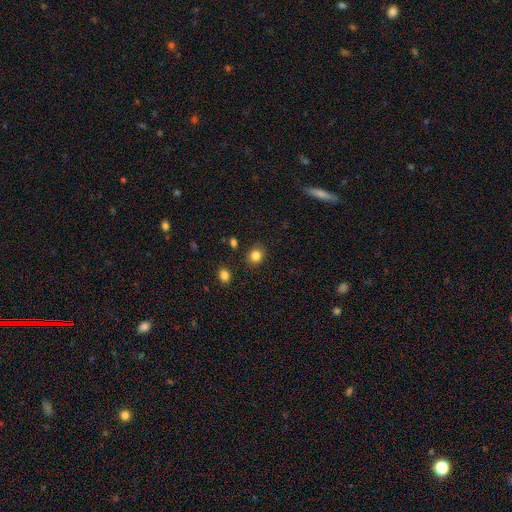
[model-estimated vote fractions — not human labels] Smooth or featured? smooth (84%)
How rounded? round (71%)
Merging? none (86%)